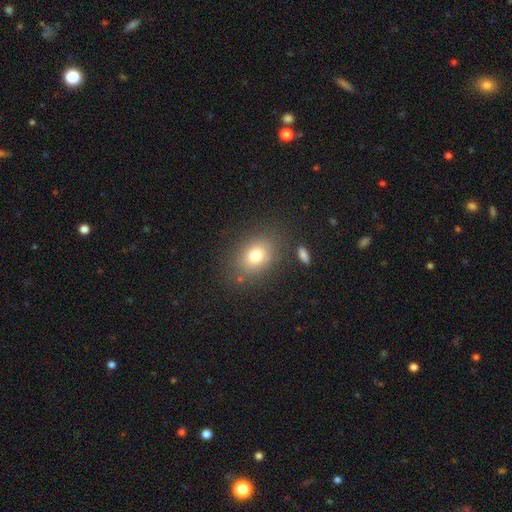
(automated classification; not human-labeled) smooth-or-featured: smooth: 76% | star or artifact: 12% | featured or disk: 12%
  how-rounded: in between: 64% | round: 35% | cigar-shaped: 1%
  merging: none: 80% | minor disturbance: 11% | major disturbance: 5% | merger: 4%